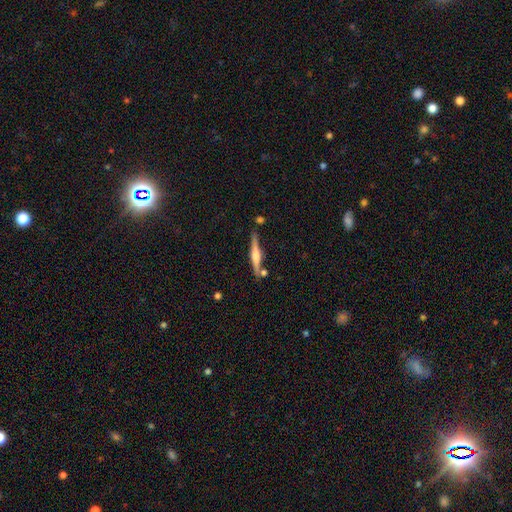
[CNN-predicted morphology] Smooth or featured? Predicted: featured or disk (p=0.64). Edge-on disk? Predicted: yes (p=0.97). Edge-on bulge? Predicted: rounded (p=0.73). Merging? Predicted: none (p=0.78).